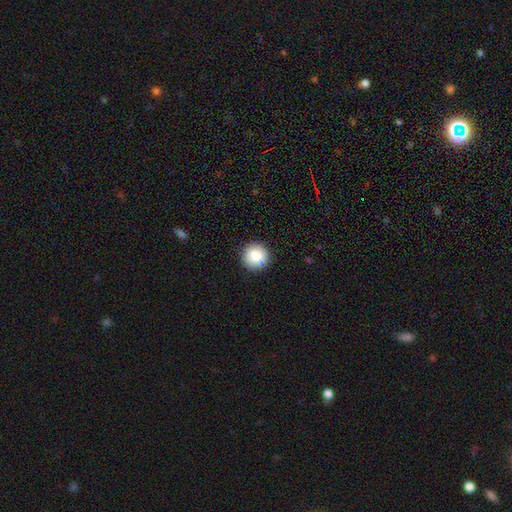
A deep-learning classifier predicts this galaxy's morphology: Smooth or featured: smooth — 86% (star or artifact — 8%)
How rounded: round — 95% (in between — 4%)
Merging: none — 92% (minor disturbance — 6%)